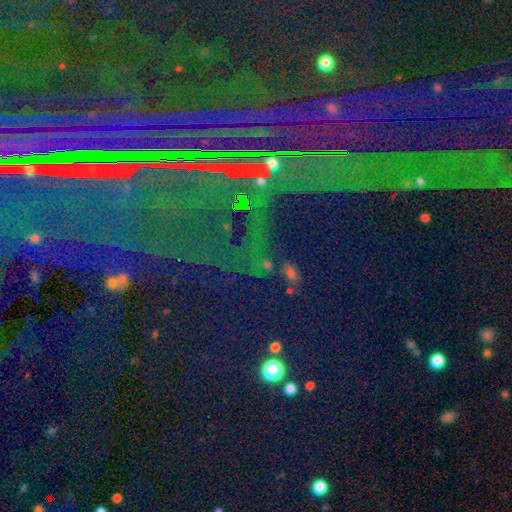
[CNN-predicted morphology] type=star or artifact (77%).